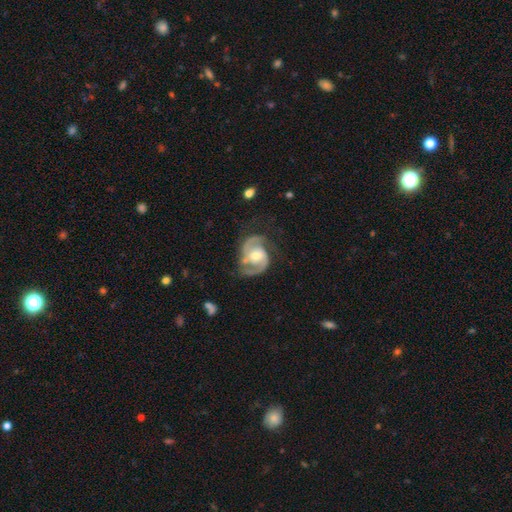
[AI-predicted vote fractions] Q: Smooth or featured?
A: featured or disk (91%); runner-up: smooth (5%)
Q: Edge-on disk?
A: no (98%); runner-up: yes (2%)
Q: Bar?
A: no (53%); runner-up: weak (36%)
Q: Spiral arms?
A: yes (98%); runner-up: no (2%)
Q: Spiral winding?
A: medium (56%); runner-up: tight (30%)
Q: Spiral arm count?
A: 2 (90%); runner-up: 3 (3%)
Q: Bulge size?
A: moderate (64%); runner-up: small (30%)
Q: Merging?
A: none (70%); runner-up: minor disturbance (18%)